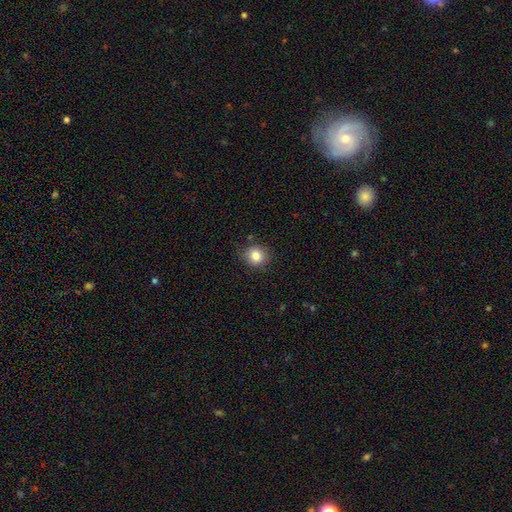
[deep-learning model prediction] Q: Smooth or featured?
A: smooth (83%); runner-up: star or artifact (10%)
Q: How rounded?
A: round (86%); runner-up: in between (13%)
Q: Merging?
A: none (84%); runner-up: minor disturbance (11%)